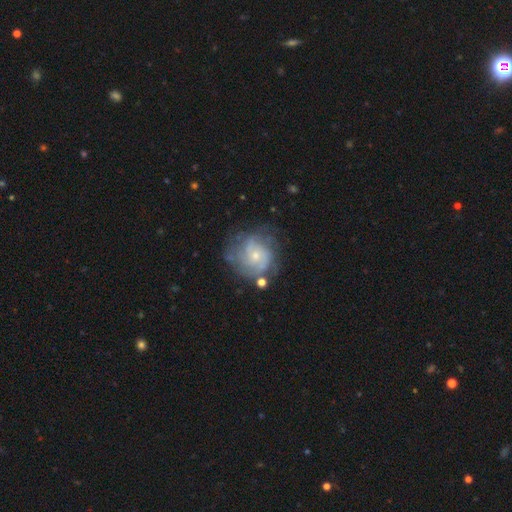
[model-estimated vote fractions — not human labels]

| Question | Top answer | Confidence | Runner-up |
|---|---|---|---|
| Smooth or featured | featured or disk | 74% | smooth (18%) |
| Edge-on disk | no | 98% | yes (2%) |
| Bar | no | 76% | weak (21%) |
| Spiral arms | yes | 87% | no (13%) |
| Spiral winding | tight | 55% | medium (34%) |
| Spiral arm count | can't tell | 41% | 3 (19%) |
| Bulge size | small | 65% | moderate (29%) |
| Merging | none | 65% | minor disturbance (20%) |